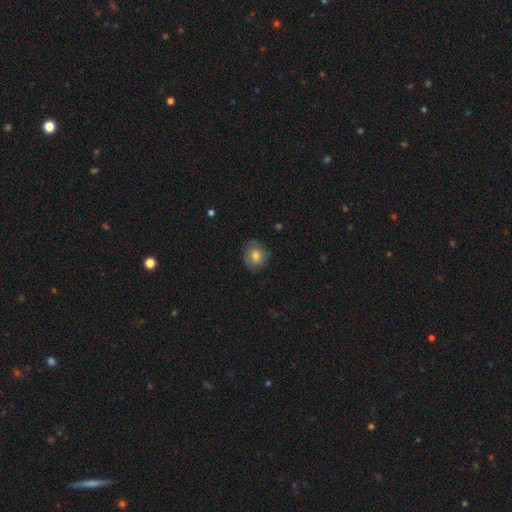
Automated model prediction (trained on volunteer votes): Overall: smooth (72%). How rounded: round (77%). Merging: none (73%).